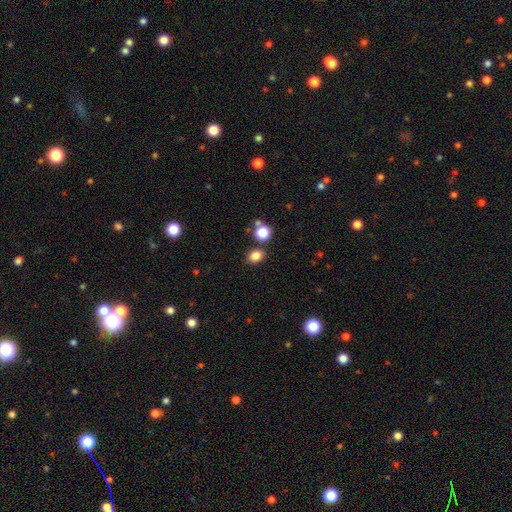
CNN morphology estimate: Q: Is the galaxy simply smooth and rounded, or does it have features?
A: smooth — 83%.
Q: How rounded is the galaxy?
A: in between — 53%.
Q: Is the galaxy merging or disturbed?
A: none — 79%.